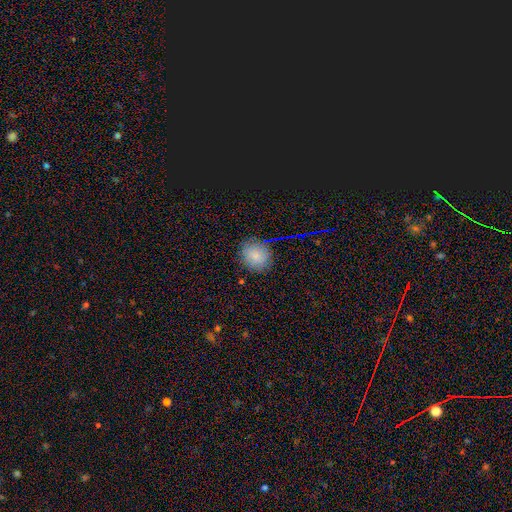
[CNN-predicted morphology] The model was most divided on "how rounded": round: 67%, in between: 32%, cigar-shaped: 1%. More confident: merging — none (84%); smooth or featured — smooth (82%).